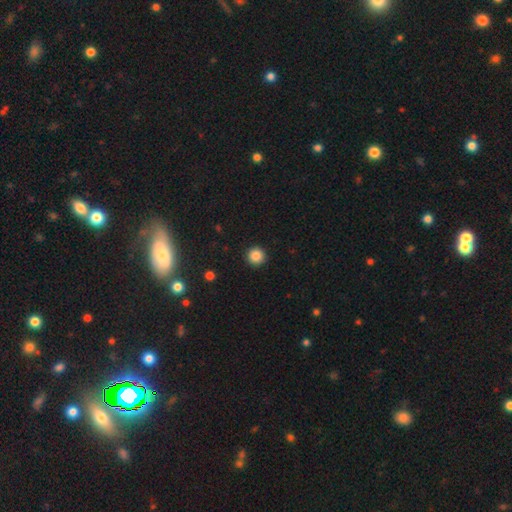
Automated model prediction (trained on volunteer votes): smooth 86%, star or artifact 11%, featured or disk 4%. Down the decision tree: how rounded — round (96%); merging — none (93%).